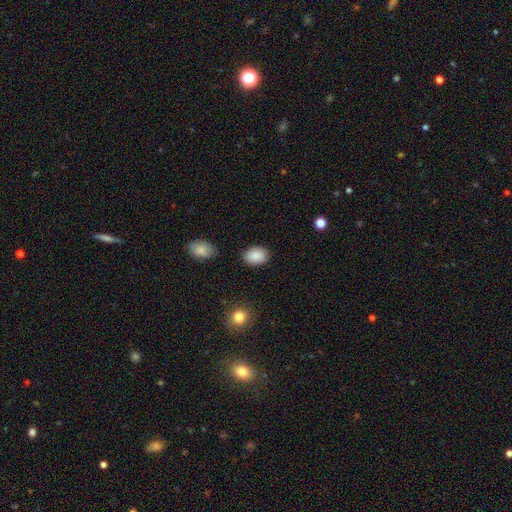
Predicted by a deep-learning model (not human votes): Smooth or featured: smooth — 89% (star or artifact — 7%)
How rounded: in between — 77% (round — 22%)
Merging: none — 84% (minor disturbance — 11%)